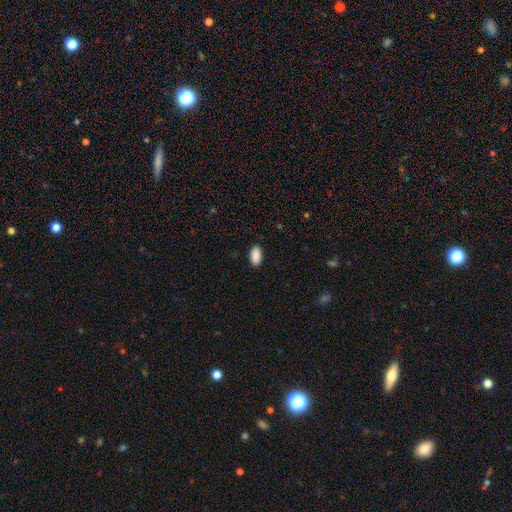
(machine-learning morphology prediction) A smooth galaxy with no disk features (90%) that is in between round and cigar-shaped (93%).

Vote fractions:
- Smooth or featured? smooth: 90% / star or artifact: 7% / featured or disk: 3%
- How rounded? in between: 93% / cigar-shaped: 5% / round: 2%
- Merging? none: 89% / minor disturbance: 8% / major disturbance: 2% / merger: 1%